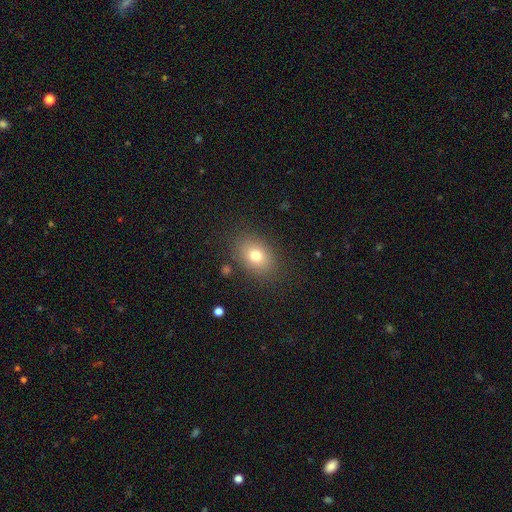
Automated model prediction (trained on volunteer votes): The model was most divided on "how rounded": in between: 68%, round: 31%, cigar-shaped: 1%. More confident: merging — none (84%); smooth or featured — smooth (76%).